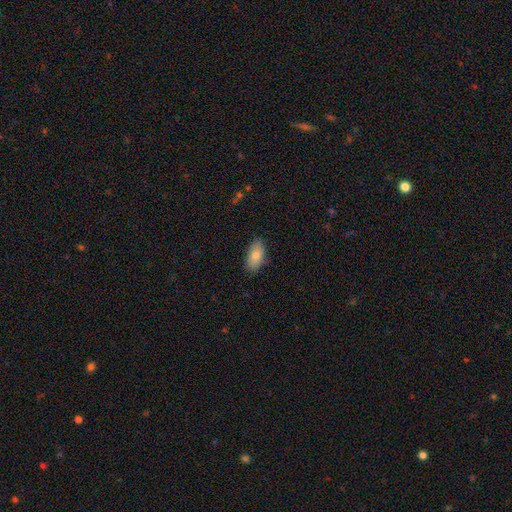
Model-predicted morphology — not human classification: Q: Smooth or featured?
A: smooth (82%); runner-up: featured or disk (11%)
Q: How rounded?
A: in between (92%); runner-up: cigar-shaped (5%)
Q: Merging?
A: none (85%); runner-up: minor disturbance (12%)